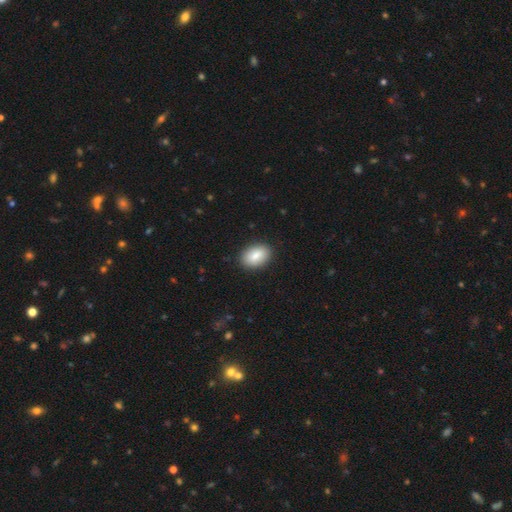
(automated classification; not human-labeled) smooth-or-featured: smooth: 86% | featured or disk: 8% | star or artifact: 7%
  how-rounded: in between: 88% | round: 11% | cigar-shaped: 1%
  merging: none: 89% | minor disturbance: 8% | major disturbance: 2% | merger: 1%